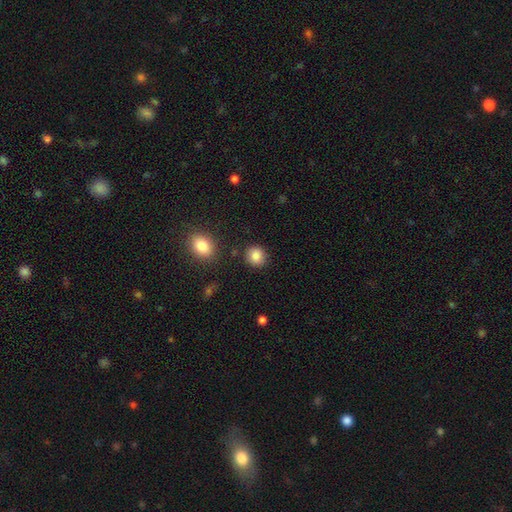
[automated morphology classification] Smooth or featured: smooth — 87% (star or artifact — 9%)
How rounded: round — 83% (in between — 16%)
Merging: none — 87% (minor disturbance — 7%)